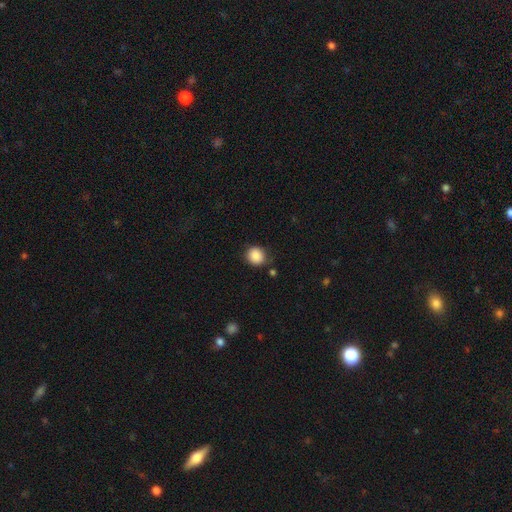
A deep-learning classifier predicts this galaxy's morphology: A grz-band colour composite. It shows a smooth galaxy with no disk features (88%) that is round (87%). Merging: none (80%).